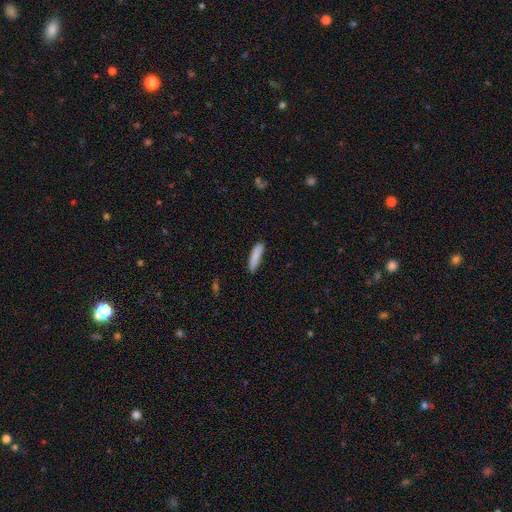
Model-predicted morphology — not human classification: smooth_or_featured: smooth (p=0.87) [alt: star or artifact p=0.07]
how_rounded: cigar-shaped (p=0.77) [alt: in between p=0.22]
merging: none (p=0.83) [alt: minor disturbance p=0.13]